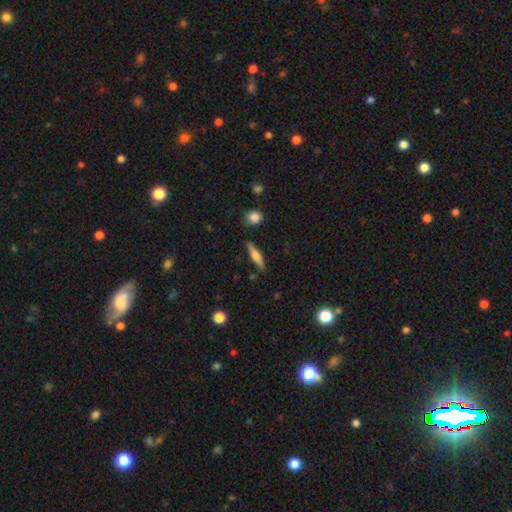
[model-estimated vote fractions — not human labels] Q: Smooth or featured?
A: smooth (51%); runner-up: featured or disk (43%)
Q: How rounded?
A: cigar-shaped (77%); runner-up: in between (21%)
Q: Merging?
A: none (84%); runner-up: minor disturbance (11%)